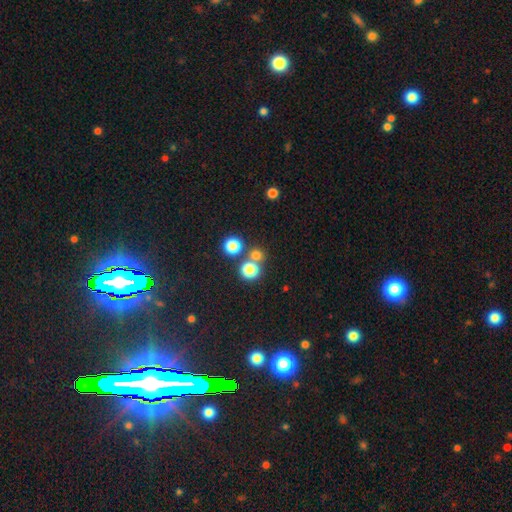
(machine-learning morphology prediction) Smooth or featured? smooth (70%)
How rounded? round (89%)
Merging? none (67%)